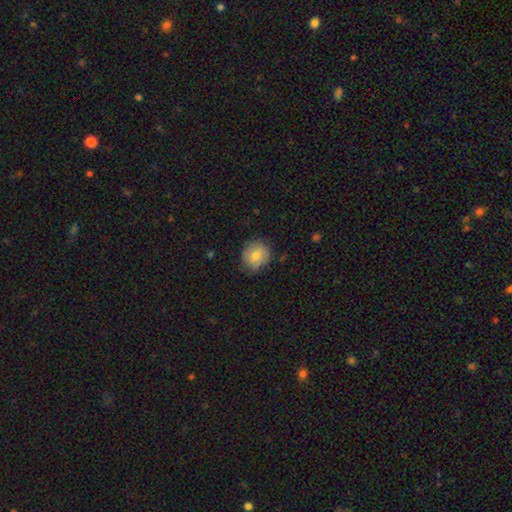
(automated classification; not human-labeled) Morphology: type=smooth (75%); roundness=round (83%); merging=none (76%).